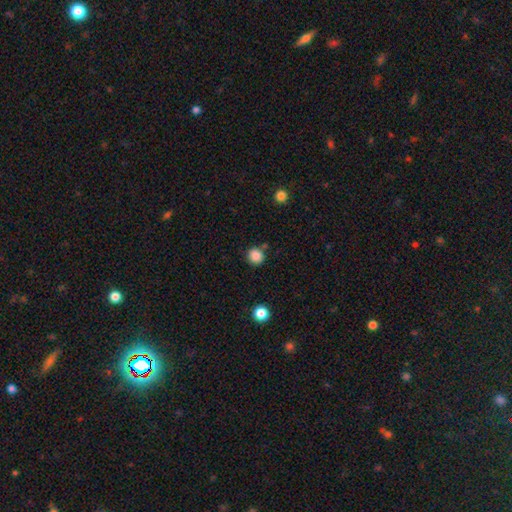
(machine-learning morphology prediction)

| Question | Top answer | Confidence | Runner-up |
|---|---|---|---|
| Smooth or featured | smooth | 86% | star or artifact (11%) |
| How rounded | round | 90% | in between (9%) |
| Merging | none | 82% | minor disturbance (9%) |